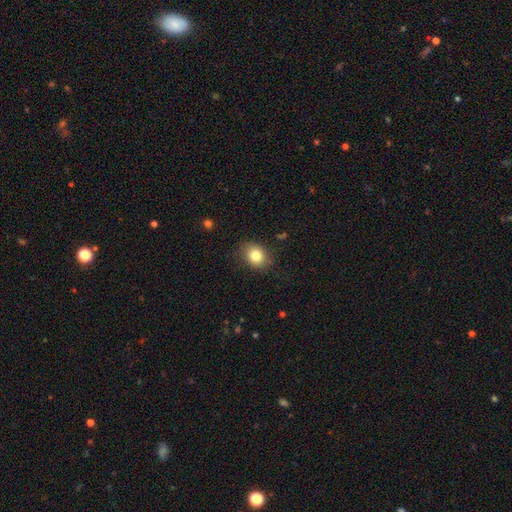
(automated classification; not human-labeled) The model was most divided on "how rounded": round: 50%, in between: 49%, cigar-shaped: 1%. More confident: merging — none (82%); smooth or featured — smooth (82%).